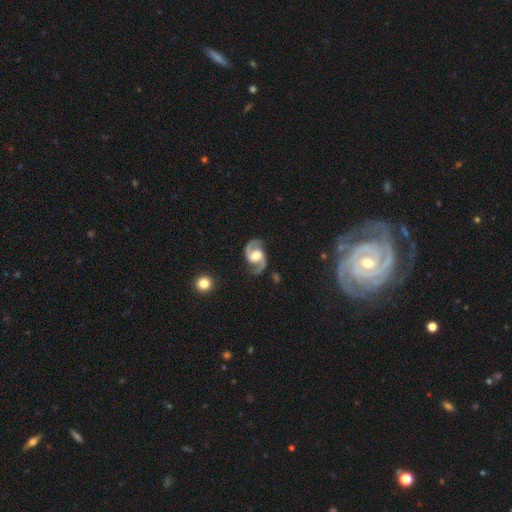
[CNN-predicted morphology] Smooth or featured?
  - featured or disk: 92% *
  - smooth: 4%
  - star or artifact: 4%
Edge-on disk?
  - no: 98% *
  - yes: 2%
Bar?
  - weak: 44% *
  - no: 34%
  - strong: 21%
Spiral arms?
  - yes: 98% *
  - no: 2%
Spiral winding?
  - medium: 58% *
  - loose: 29%
  - tight: 14%
Spiral arm count?
  - 2: 95% *
  - can't tell: 1%
  - 1: 1%
  - 3: 1%
  - 4: 1%
  - more than 4: 1%
Bulge size?
  - moderate: 56% *
  - large: 24%
  - small: 14%
  - none: 4%
  - dominant: 2%
Merging?
  - none: 82% *
  - minor disturbance: 12%
  - major disturbance: 4%
  - merger: 2%